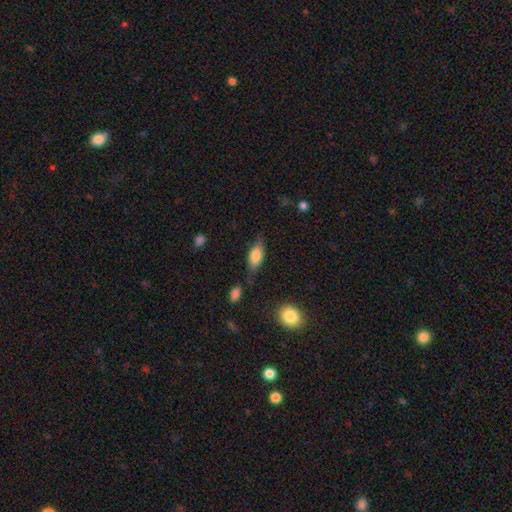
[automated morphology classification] A smooth galaxy with no disk features (78%) that is in between round and cigar-shaped (83%).

Vote fractions:
- Smooth or featured? smooth: 78% / featured or disk: 14% / star or artifact: 7%
- How rounded? in between: 83% / cigar-shaped: 14% / round: 3%
- Merging? none: 67% / minor disturbance: 22% / major disturbance: 6% / merger: 5%